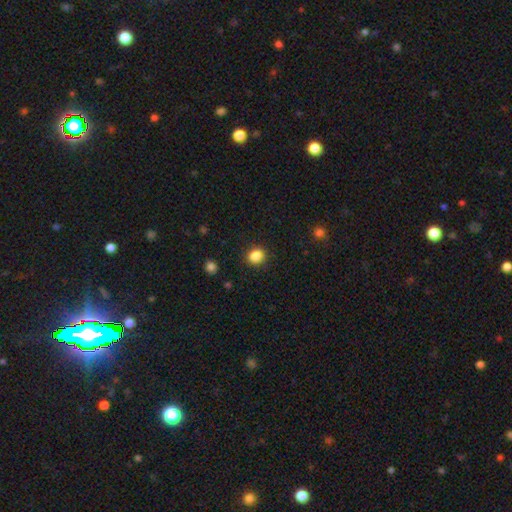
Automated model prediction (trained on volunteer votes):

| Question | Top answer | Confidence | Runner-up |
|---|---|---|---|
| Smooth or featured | smooth | 86% | star or artifact (10%) |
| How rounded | round | 72% | in between (27%) |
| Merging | none | 89% | minor disturbance (7%) |